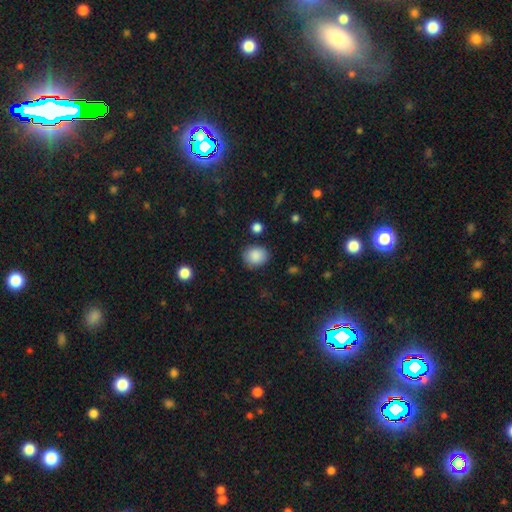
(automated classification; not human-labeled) This is clearly a smooth galaxy (87%). How rounded: possibly round (59%). Merging: clearly none (80%).